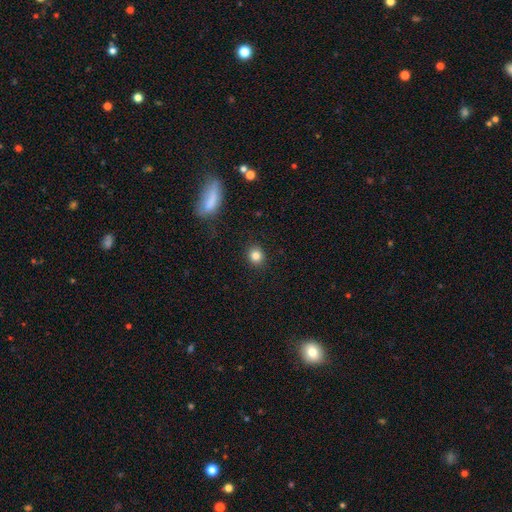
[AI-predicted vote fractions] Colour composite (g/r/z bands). It shows a smooth galaxy with no disk features (83%) that is round (82%). Merging: none (90%).